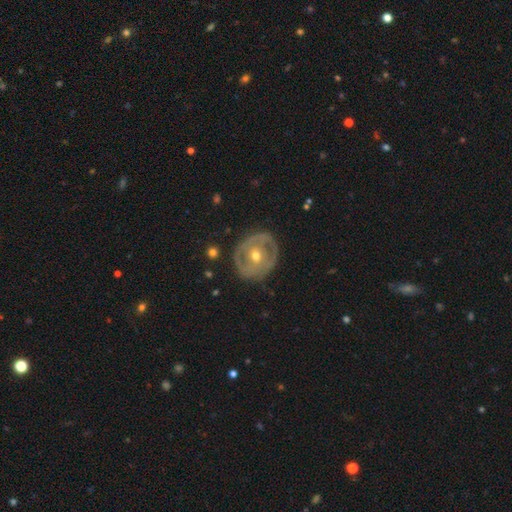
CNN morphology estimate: This appears to be a featured or disk galaxy (73%) with no bar (67%), no spiral arms (59%) and a moderate central bulge (61%). Merging: none (78%).